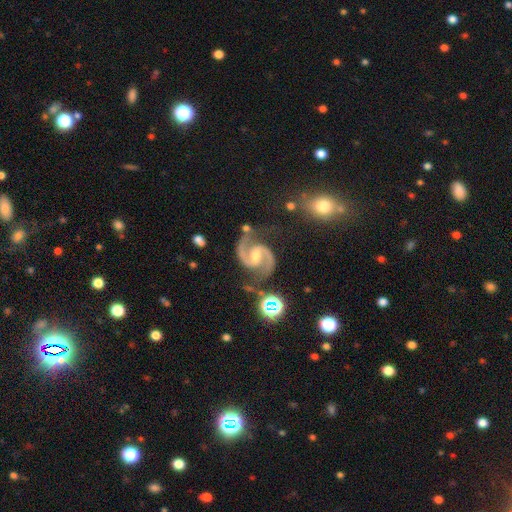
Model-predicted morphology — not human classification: Smooth or featured? featured or disk (93%)
Edge-on disk? no (98%)
Bar? weak (45%)
Spiral arms? yes (99%)
Spiral winding? medium (69%)
Spiral arm count? 2 (95%)
Bulge size? moderate (59%)
Merging? none (74%)